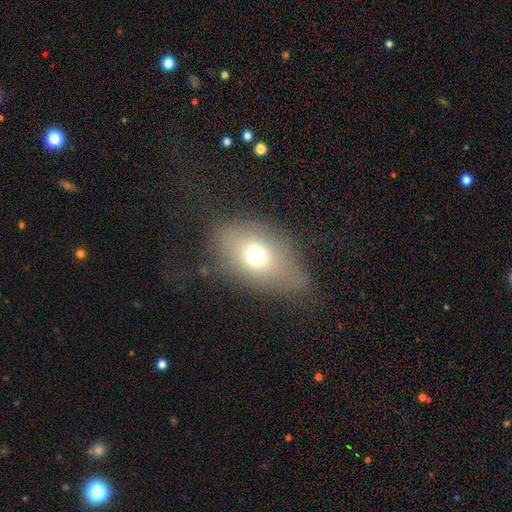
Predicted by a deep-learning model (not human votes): Smooth or featured? smooth (67%)
How rounded? in between (77%)
Merging? none (66%)